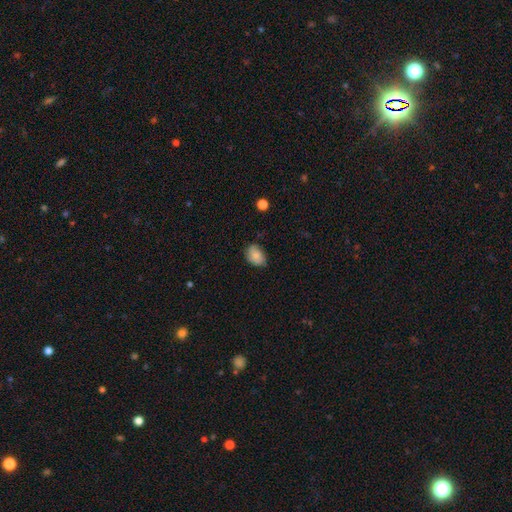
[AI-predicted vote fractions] Smooth or featured?
  - smooth: 79% *
  - featured or disk: 14%
  - star or artifact: 8%
How rounded?
  - in between: 78% *
  - round: 21%
  - cigar-shaped: 1%
Merging?
  - none: 66% *
  - minor disturbance: 28%
  - major disturbance: 5%
  - merger: 2%